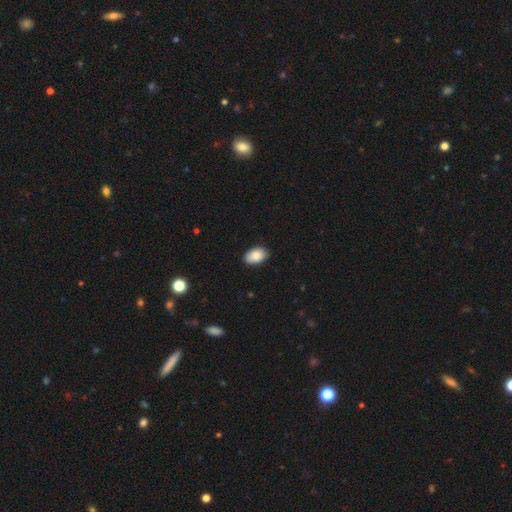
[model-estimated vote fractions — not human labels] smooth-or-featured: smooth: 88% | star or artifact: 7% | featured or disk: 6%
  how-rounded: in between: 92% | round: 7% | cigar-shaped: 1%
  merging: none: 86% | minor disturbance: 12% | major disturbance: 2% | merger: 1%